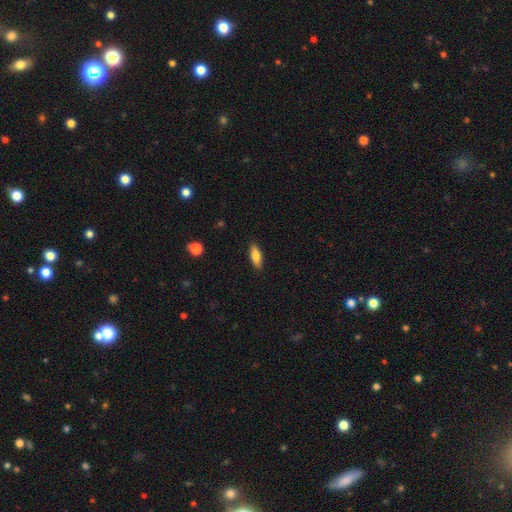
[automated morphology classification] Smooth or featured: smooth — 80% (featured or disk — 14%)
How rounded: in between — 66% (cigar-shaped — 32%)
Merging: none — 88% (minor disturbance — 9%)